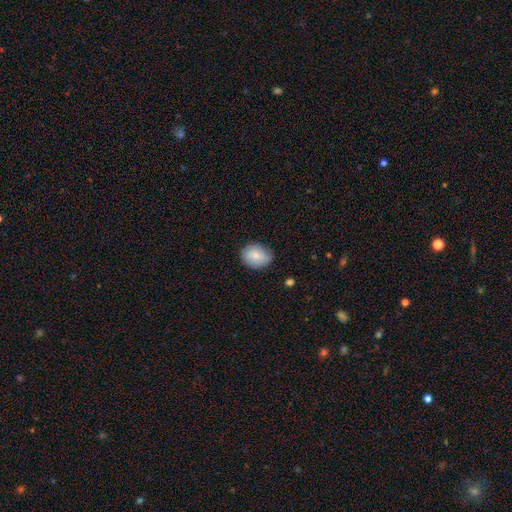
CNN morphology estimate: This appears to be a smooth galaxy with no disk features (77%) that is in between round and cigar-shaped (50%). Merging: none (73%).